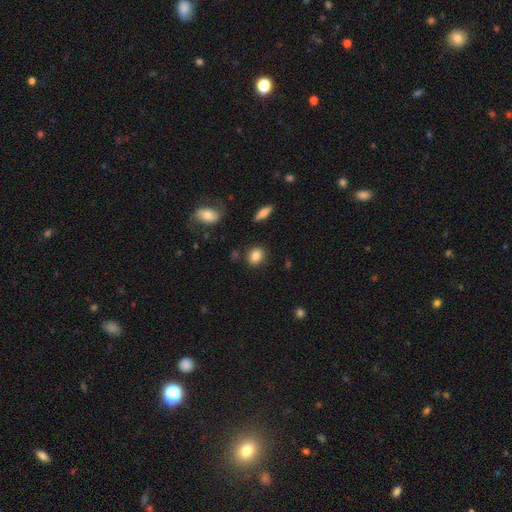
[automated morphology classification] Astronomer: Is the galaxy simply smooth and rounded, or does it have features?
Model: smooth — 85%.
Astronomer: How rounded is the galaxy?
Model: round — 61% (runner-up: in between, 38%).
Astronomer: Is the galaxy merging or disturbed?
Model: none — 87%.